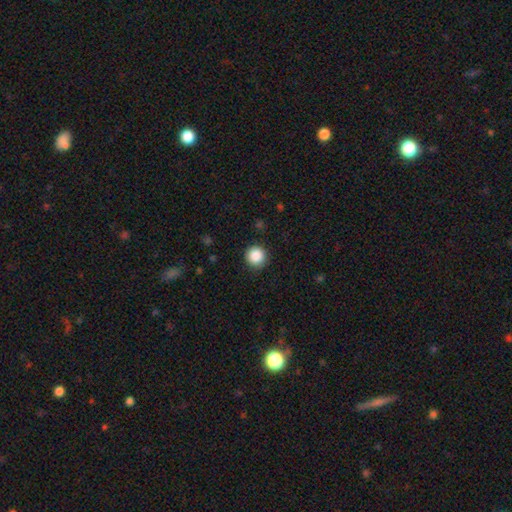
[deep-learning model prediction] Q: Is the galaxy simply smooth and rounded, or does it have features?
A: smooth — 88%.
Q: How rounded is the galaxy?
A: round — 95%.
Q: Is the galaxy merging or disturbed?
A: none — 91%.